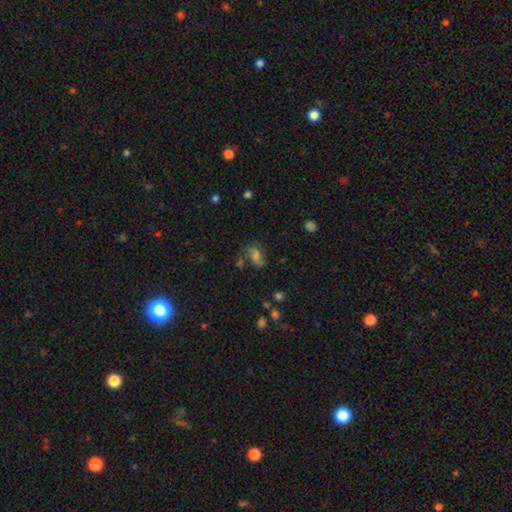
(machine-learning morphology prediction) Smooth or featured?
  - smooth: 44% *
  - featured or disk: 36%
  - star or artifact: 20%
Merging?
  - none: 52% *
  - minor disturbance: 22%
  - major disturbance: 16%
  - merger: 10%